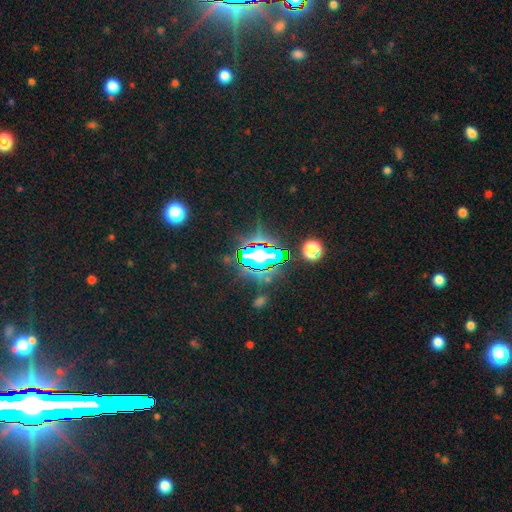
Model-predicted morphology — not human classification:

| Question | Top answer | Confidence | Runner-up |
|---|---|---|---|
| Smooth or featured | star or artifact | 69% | smooth (20%) |